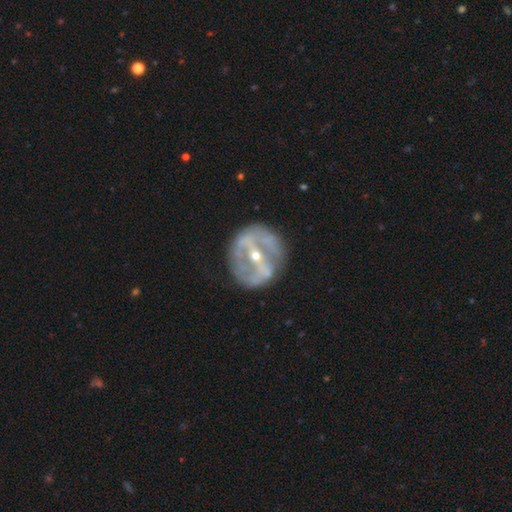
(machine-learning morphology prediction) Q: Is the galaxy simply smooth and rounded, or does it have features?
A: featured or disk — 82%.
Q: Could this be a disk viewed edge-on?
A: no — 92%.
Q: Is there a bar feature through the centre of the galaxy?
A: strong — 67%.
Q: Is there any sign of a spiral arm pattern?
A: yes — 51%.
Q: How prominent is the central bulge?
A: small — 57%.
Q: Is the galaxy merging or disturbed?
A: none — 75%.